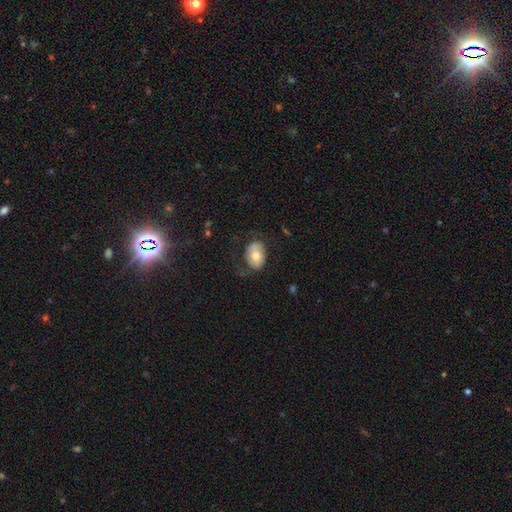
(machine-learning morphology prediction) A smooth galaxy with no disk features (65%) that is in between round and cigar-shaped (78%).

Vote fractions:
- Smooth or featured? smooth: 65% / featured or disk: 28% / star or artifact: 7%
- How rounded? in between: 78% / round: 21% / cigar-shaped: 1%
- Merging? none: 61% / minor disturbance: 22% / major disturbance: 16% / merger: 2%